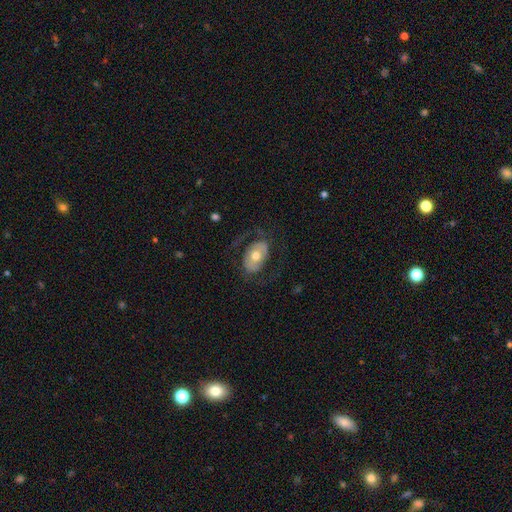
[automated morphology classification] The model was most divided on "spiral arms": no: 51%, yes: 49%. More confident: edge-on disk — no (93%); bulge size — moderate (73%); bar — no (67%); merging — none (66%); smooth or featured — featured or disk (54%).